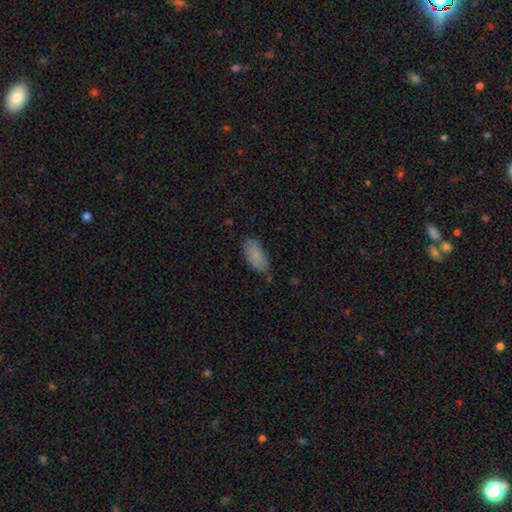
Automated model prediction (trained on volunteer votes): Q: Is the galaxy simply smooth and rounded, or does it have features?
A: smooth — 85%.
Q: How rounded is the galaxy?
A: in between — 90%.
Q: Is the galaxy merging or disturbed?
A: none — 74%.